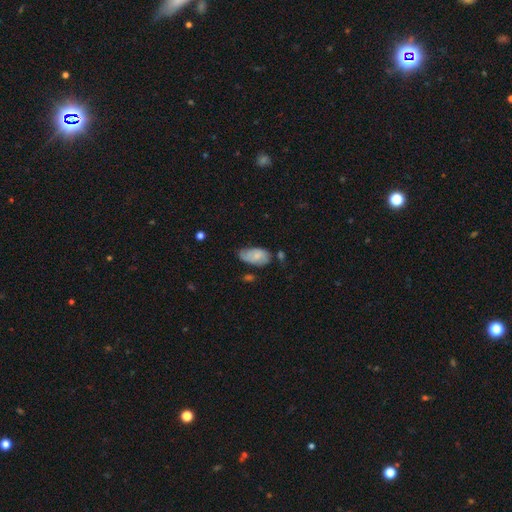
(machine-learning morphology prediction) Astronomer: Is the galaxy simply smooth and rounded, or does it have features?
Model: smooth — 55% (runner-up: featured or disk, 38%).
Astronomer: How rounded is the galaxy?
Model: in between — 92%.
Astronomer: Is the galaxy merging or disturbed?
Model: none — 47% (runner-up: minor disturbance, 35%).